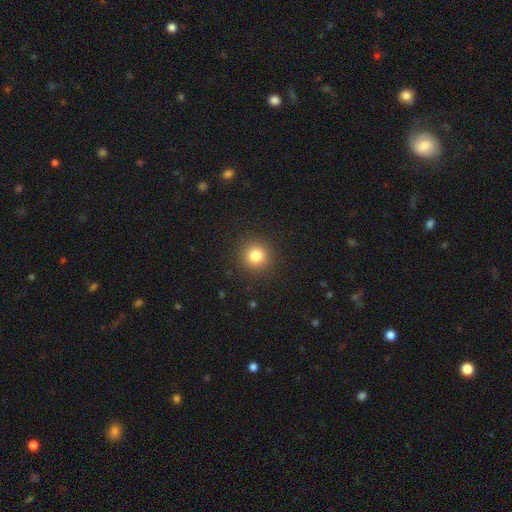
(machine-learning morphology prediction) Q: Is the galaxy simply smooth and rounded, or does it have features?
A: smooth — 81%.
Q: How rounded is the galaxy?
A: round — 94%.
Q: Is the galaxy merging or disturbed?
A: none — 91%.